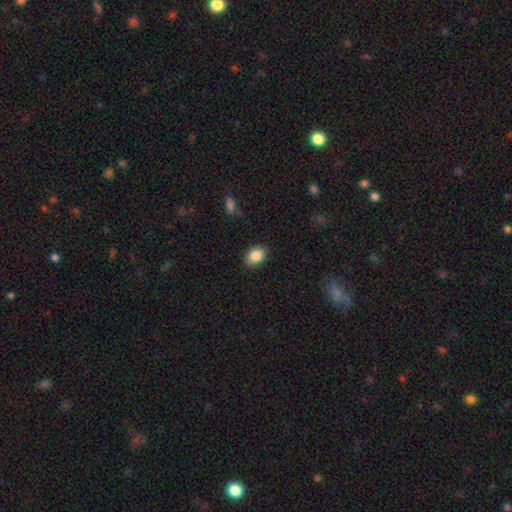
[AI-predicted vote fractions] A smooth galaxy with no disk features (87%) that is in between round and cigar-shaped (77%).

Vote fractions:
- Smooth or featured? smooth: 87% / star or artifact: 8% / featured or disk: 5%
- How rounded? in between: 77% / round: 22% / cigar-shaped: 1%
- Merging? none: 87% / minor disturbance: 10% / major disturbance: 2% / merger: 1%